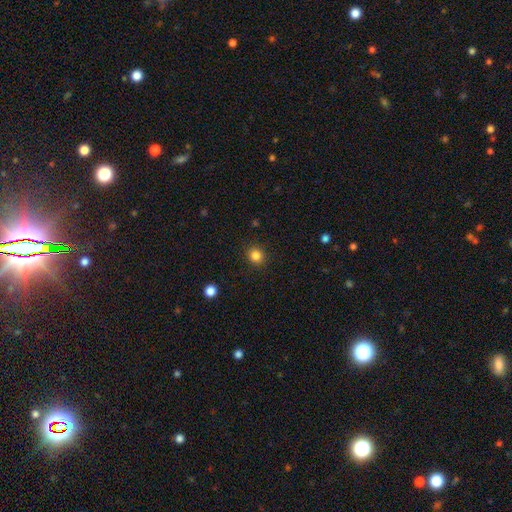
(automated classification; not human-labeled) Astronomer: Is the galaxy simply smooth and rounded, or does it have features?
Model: smooth — 83%.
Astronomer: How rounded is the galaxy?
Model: round — 88%.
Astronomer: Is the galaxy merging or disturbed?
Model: none — 91%.